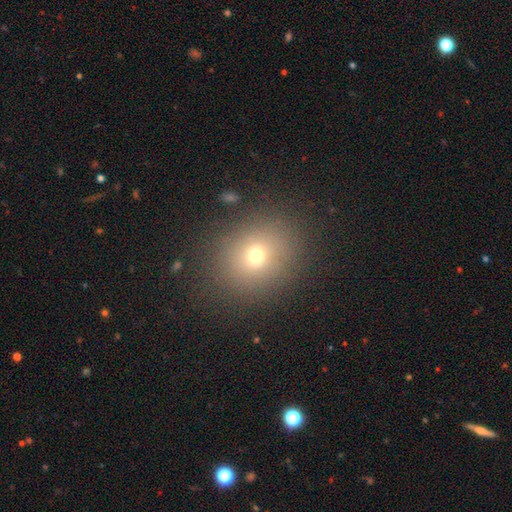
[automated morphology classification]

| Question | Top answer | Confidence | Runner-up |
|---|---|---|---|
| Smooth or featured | smooth | 69% | star or artifact (19%) |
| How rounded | round | 73% | in between (26%) |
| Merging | none | 85% | minor disturbance (9%) |